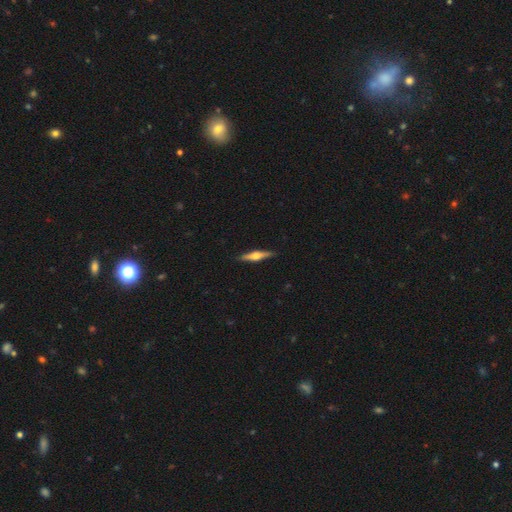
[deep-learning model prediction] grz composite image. It shows a featured or disk galaxy (65%) viewed edge-on (97%) with a rounded central bulge (91%). Merging: none (90%).